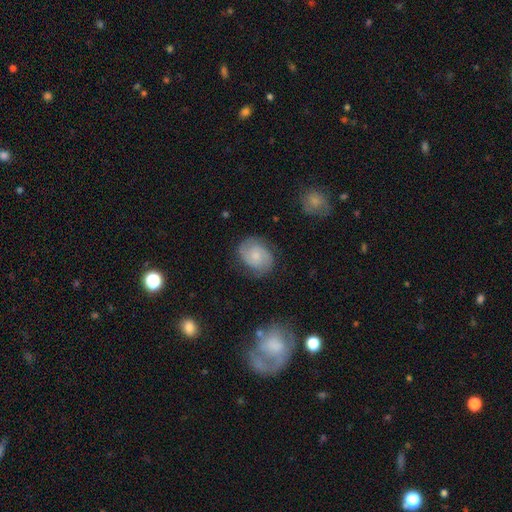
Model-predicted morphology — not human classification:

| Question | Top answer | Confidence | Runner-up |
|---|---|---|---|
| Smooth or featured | featured or disk | 47% | smooth (45%) |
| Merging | none | 74% | minor disturbance (18%) |